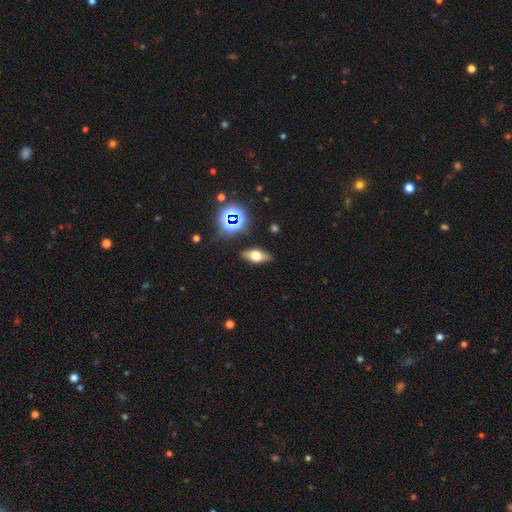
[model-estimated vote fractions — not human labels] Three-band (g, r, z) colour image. It shows a smooth galaxy with no disk features (56%) that is in between round and cigar-shaped (76%). Merging: none (84%).